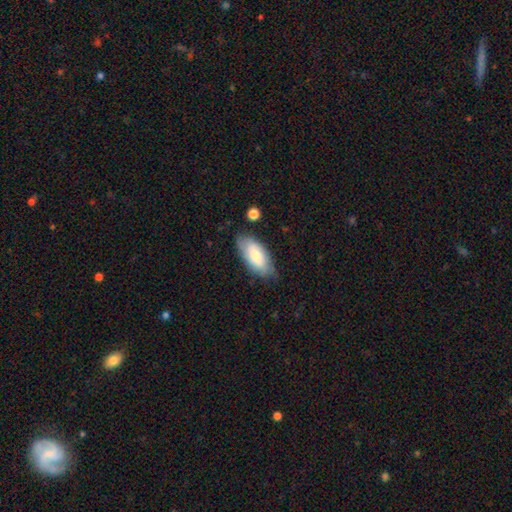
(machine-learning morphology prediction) smooth-or-featured: smooth: 73% | featured or disk: 21% | star or artifact: 6%
  how-rounded: in between: 89% | cigar-shaped: 9% | round: 2%
  merging: none: 73% | minor disturbance: 20% | major disturbance: 4% | merger: 2%